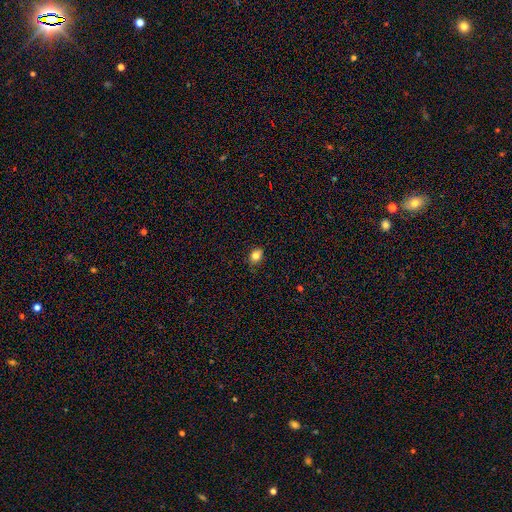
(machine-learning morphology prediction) This is clearly a smooth galaxy (83%). How rounded: possibly in between (57%). Merging: clearly none (83%).